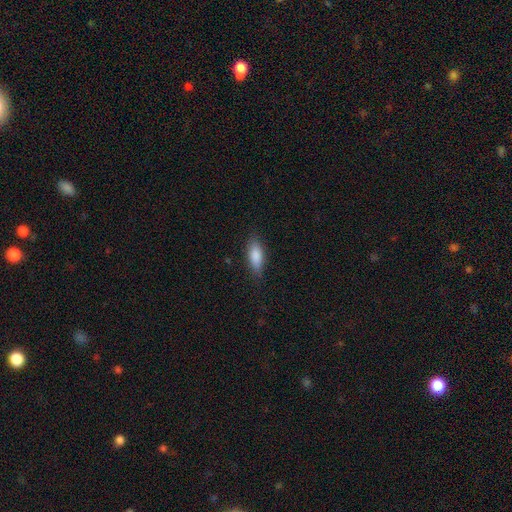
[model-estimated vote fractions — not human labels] Smooth or featured? Predicted: smooth (p=0.85). How rounded? Predicted: in between (p=0.71). Merging? Predicted: none (p=0.83).